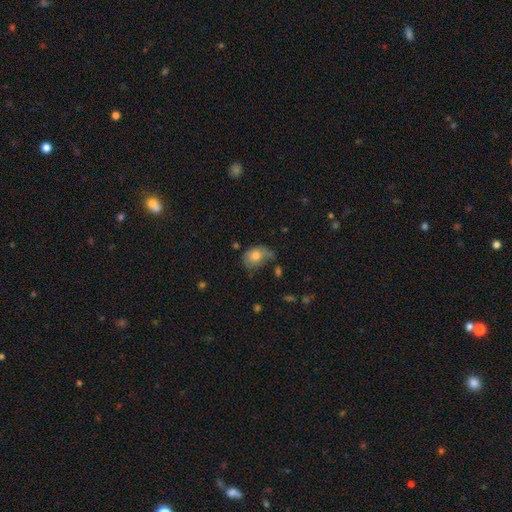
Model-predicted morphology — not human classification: This is likely a smooth galaxy (72%). How rounded: possibly in between (58%). Merging: marginally minor disturbance (37%).